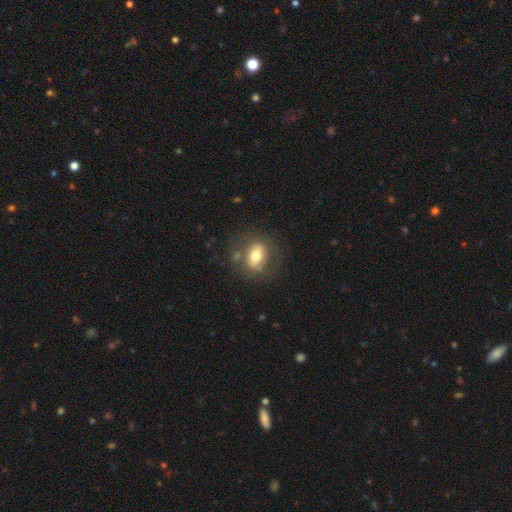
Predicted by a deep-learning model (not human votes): This appears to be a smooth galaxy with no disk features (60%) that is in between round and cigar-shaped (66%). Merging: none (72%).